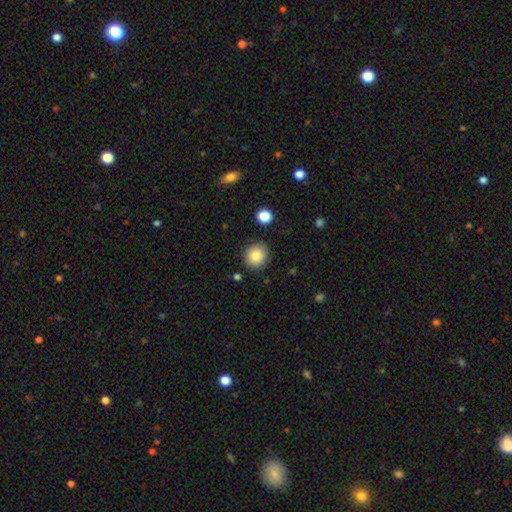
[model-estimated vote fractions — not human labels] The model was most divided on "how rounded": round: 87%, in between: 12%, cigar-shaped: 1%. More confident: merging — none (88%); smooth or featured — smooth (84%).